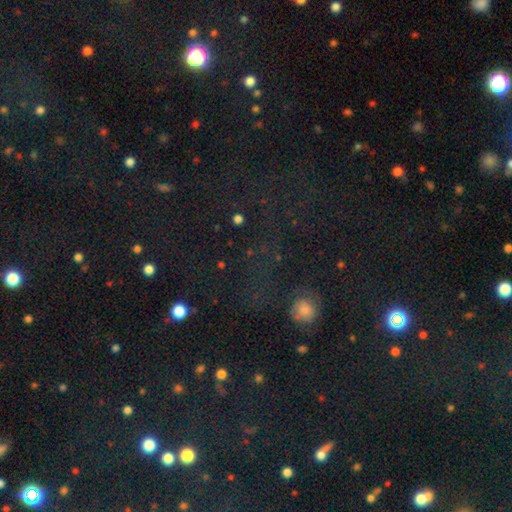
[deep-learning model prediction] Smooth or featured: star or artifact — 61% (smooth — 29%)